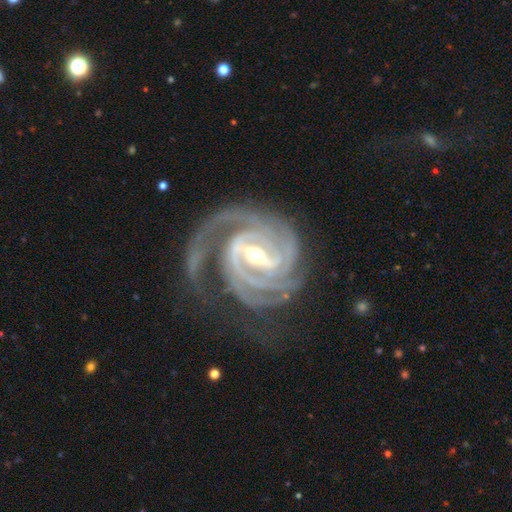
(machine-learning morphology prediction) This appears to be a featured or disk galaxy (94%) with a strong bar (61%), 3 (33%) tight (74%) spiral arms (99%) and a moderate central bulge (50%). Merging: none (63%).